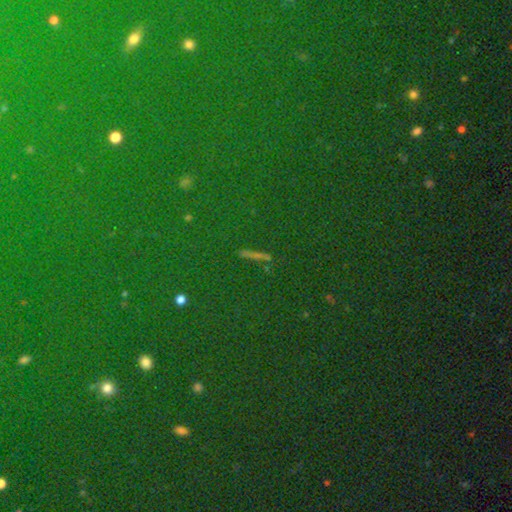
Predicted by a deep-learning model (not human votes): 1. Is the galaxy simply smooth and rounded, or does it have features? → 72% star or artifact, 16% smooth, 12% featured or disk.